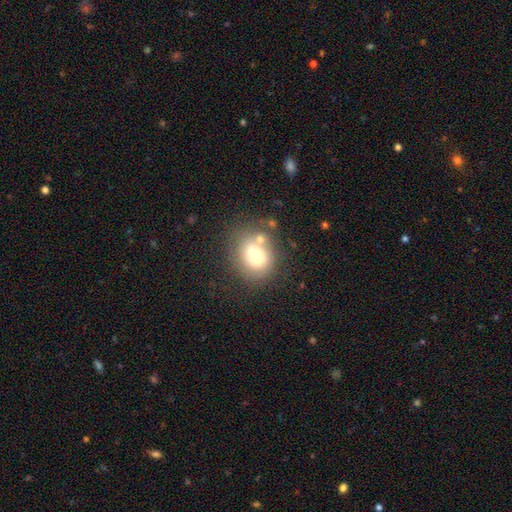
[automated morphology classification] Overall: smooth (61%; featured or disk 27%). How rounded: round (65%; in between 34%). Merging: none (58%; merger 18%).